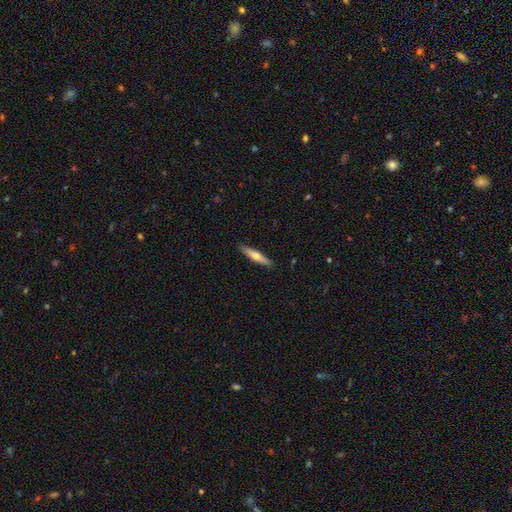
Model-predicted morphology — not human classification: smooth 53%, featured or disk 42%, star or artifact 5%. Down the decision tree: how rounded — cigar-shaped (88%); merging — none (91%).